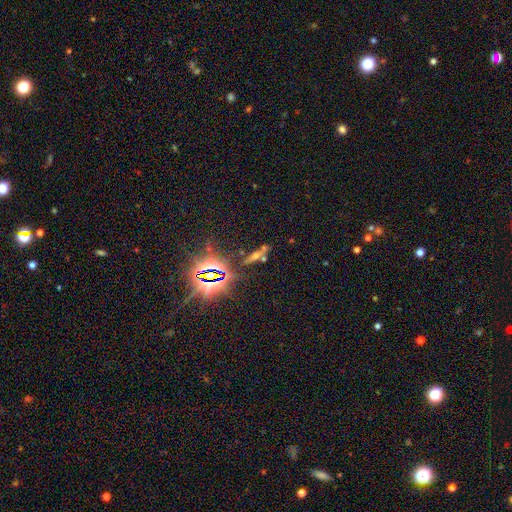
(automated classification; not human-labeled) Smooth or featured? Predicted: star or artifact (p=0.46).